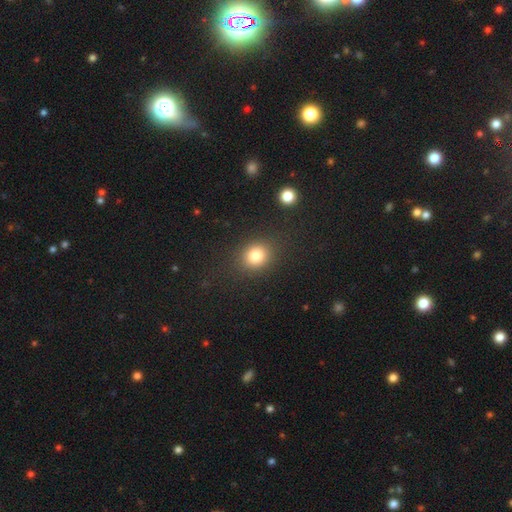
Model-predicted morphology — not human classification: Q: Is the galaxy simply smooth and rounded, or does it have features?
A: smooth — 81%.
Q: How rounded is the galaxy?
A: round — 71%.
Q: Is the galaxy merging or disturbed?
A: none — 85%.